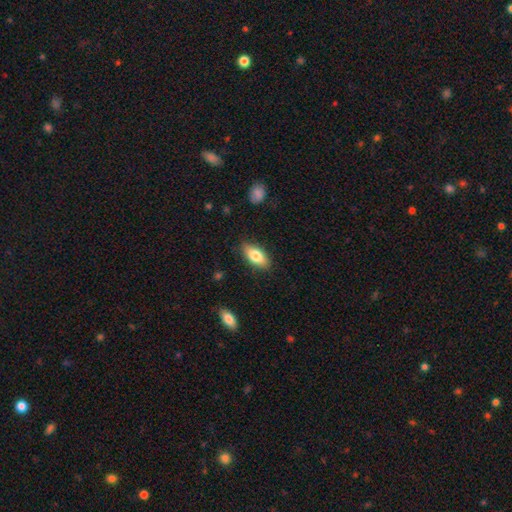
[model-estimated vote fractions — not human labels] Smooth or featured? Predicted: smooth (p=0.79). How rounded? Predicted: in between (p=0.86). Merging? Predicted: none (p=0.85).